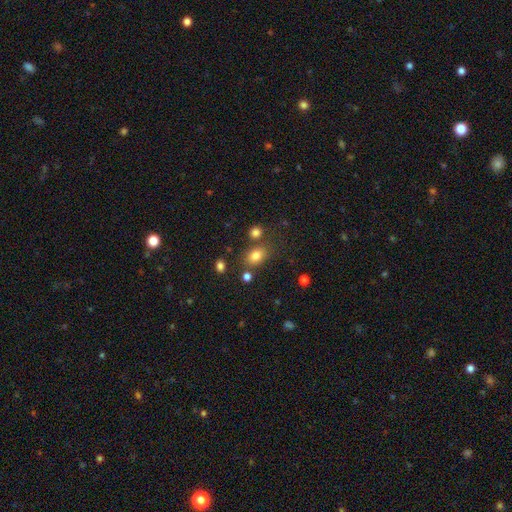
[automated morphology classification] smooth 79%, star or artifact 13%, featured or disk 8%. Down the decision tree: how rounded — in between (66%); merging — none (69%).